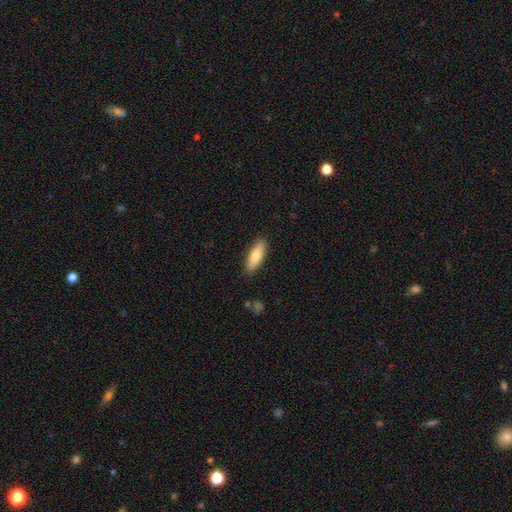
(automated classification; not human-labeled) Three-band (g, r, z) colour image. It shows a smooth galaxy with no disk features (78%) that is in between round and cigar-shaped (53%). Merging: none (88%).